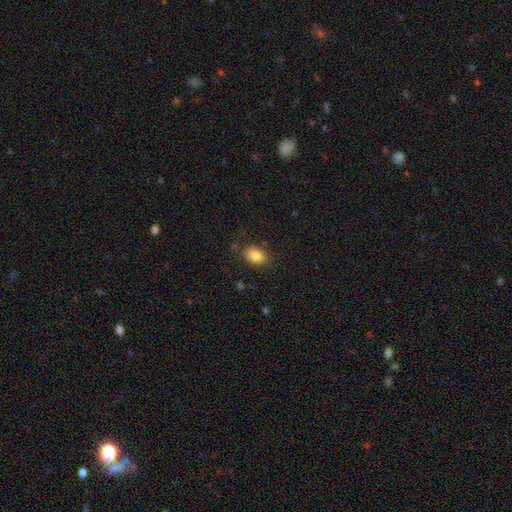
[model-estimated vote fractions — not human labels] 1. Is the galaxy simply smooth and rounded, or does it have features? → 84% smooth, 9% star or artifact, 7% featured or disk.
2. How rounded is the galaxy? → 73% in between, 26% round, 1% cigar-shaped.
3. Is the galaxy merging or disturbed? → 81% none, 14% minor disturbance, 4% major disturbance, 2% merger.